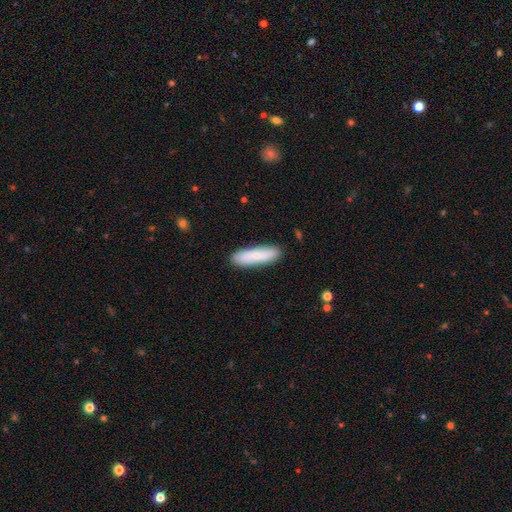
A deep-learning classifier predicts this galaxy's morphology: Smooth or featured? smooth (74%)
How rounded? cigar-shaped (69%)
Merging? none (87%)